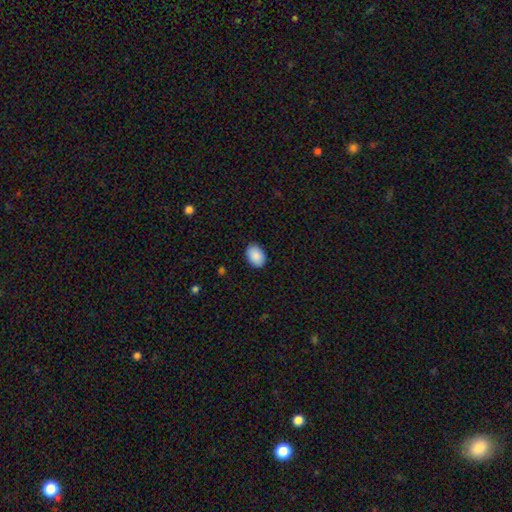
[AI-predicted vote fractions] smooth 90%, star or artifact 7%, featured or disk 4%. Down the decision tree: how rounded — in between (84%); merging — none (89%).